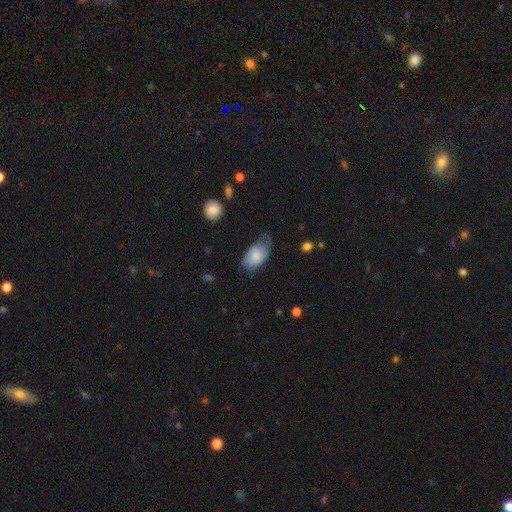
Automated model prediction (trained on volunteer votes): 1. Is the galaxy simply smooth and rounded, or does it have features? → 73% smooth, 20% featured or disk, 6% star or artifact.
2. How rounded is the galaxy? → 93% in between, 5% round, 2% cigar-shaped.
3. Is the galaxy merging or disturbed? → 39% minor disturbance, 34% none, 25% major disturbance, 2% merger.